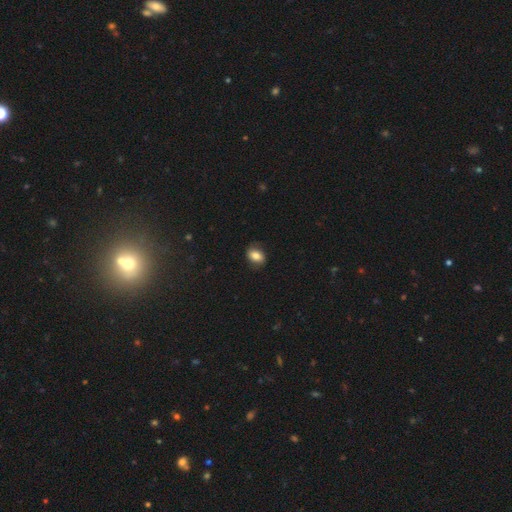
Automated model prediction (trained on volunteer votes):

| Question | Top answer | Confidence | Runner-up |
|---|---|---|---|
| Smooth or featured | smooth | 79% | featured or disk (13%) |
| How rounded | in between | 74% | round (24%) |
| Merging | none | 80% | minor disturbance (15%) |